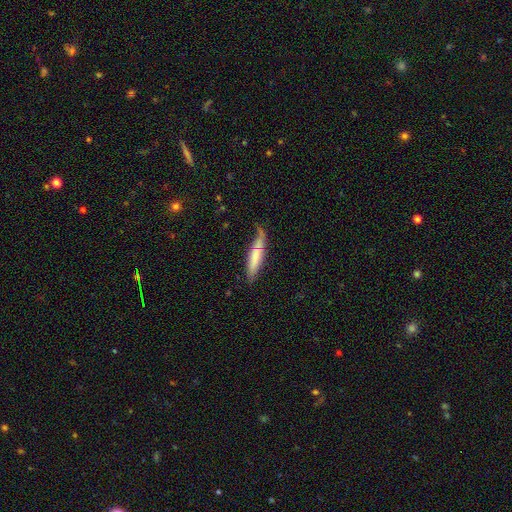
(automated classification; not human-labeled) Morphology: type=smooth (64%); roundness=cigar-shaped (81%); merging=none (53%).